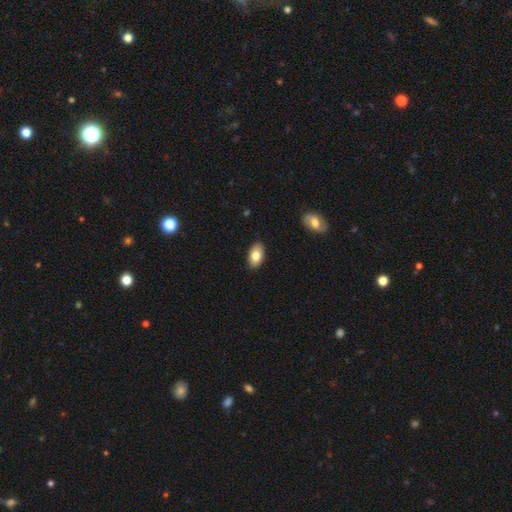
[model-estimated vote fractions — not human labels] Q: Smooth or featured?
A: smooth (81%); runner-up: featured or disk (12%)
Q: How rounded?
A: in between (93%); runner-up: round (6%)
Q: Merging?
A: none (88%); runner-up: minor disturbance (9%)